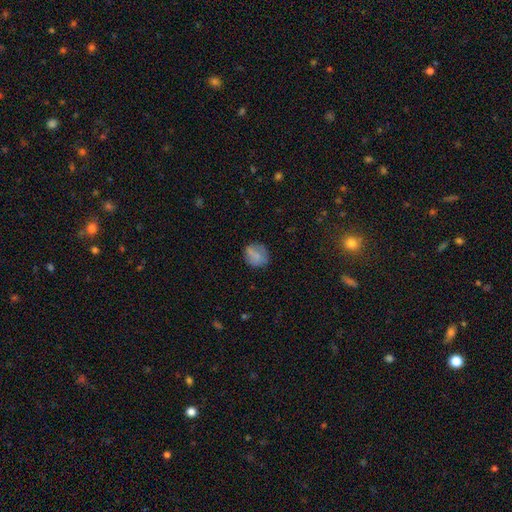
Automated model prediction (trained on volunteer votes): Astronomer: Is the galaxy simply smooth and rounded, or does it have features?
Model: smooth — 75%.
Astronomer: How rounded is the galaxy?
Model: round — 70%.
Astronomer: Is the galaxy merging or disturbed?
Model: none — 71%.